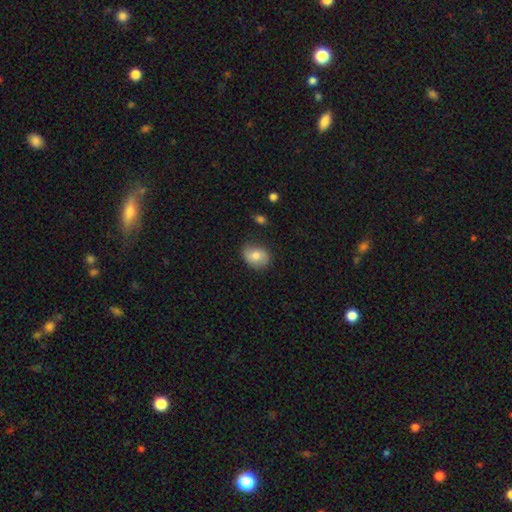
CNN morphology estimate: The model was most divided on "how rounded": in between: 59%, round: 40%, cigar-shaped: 1%. More confident: merging — none (74%); smooth or featured — smooth (74%).